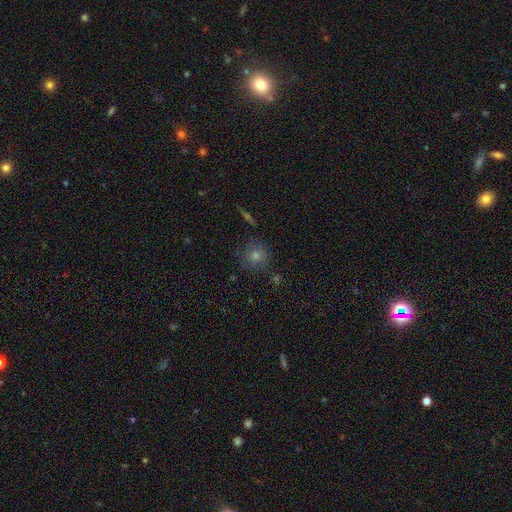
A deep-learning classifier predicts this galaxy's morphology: Overall: smooth (61%; star or artifact 24%). How rounded: round (92%). Merging: none (82%).